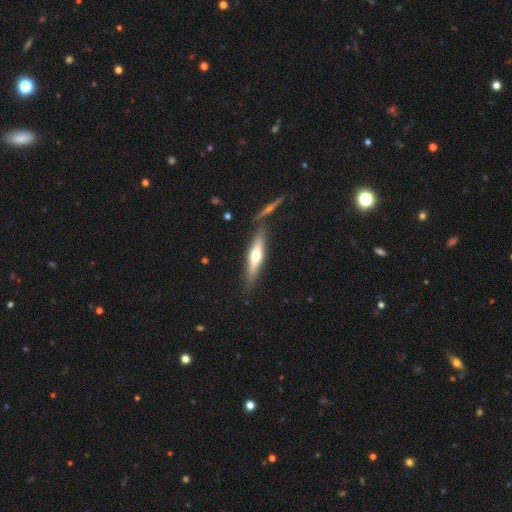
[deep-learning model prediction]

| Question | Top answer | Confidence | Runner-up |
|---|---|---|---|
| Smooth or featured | featured or disk | 52% | smooth (42%) |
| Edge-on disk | yes | 92% | no (8%) |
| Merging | none | 78% | minor disturbance (11%) |